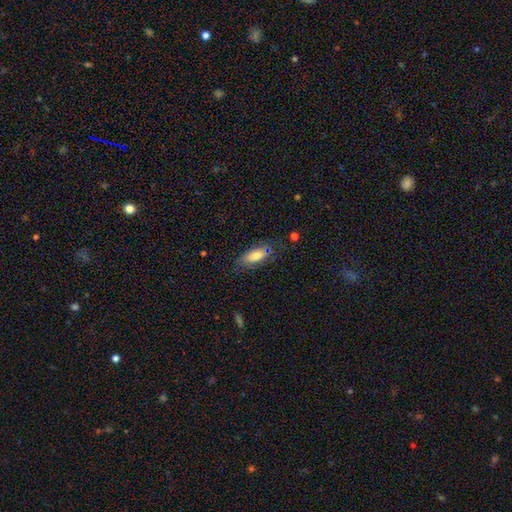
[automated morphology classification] Q: Smooth or featured?
A: smooth (71%); runner-up: featured or disk (21%)
Q: How rounded?
A: in between (82%); runner-up: cigar-shaped (15%)
Q: Merging?
A: none (67%); runner-up: minor disturbance (22%)